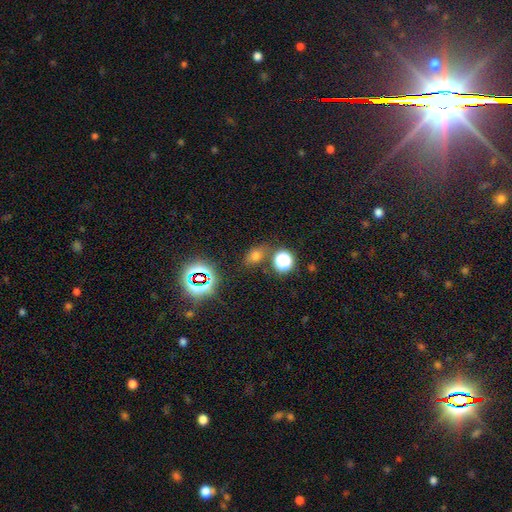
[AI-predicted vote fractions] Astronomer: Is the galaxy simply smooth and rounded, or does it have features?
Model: smooth — 55% (runner-up: star or artifact, 35%).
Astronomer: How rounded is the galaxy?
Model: in between — 64%.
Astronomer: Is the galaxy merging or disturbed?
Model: none — 76%.